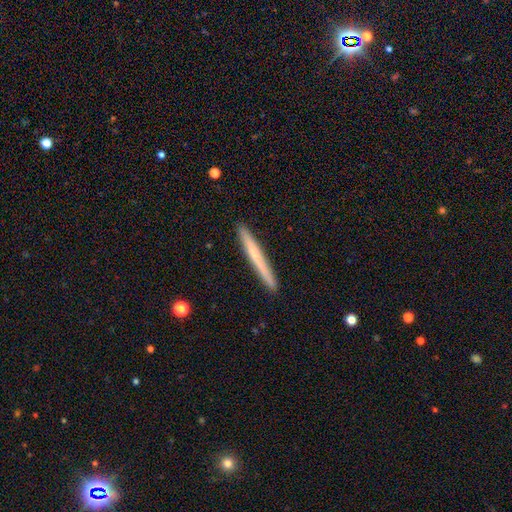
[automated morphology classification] Overall: smooth (59%; featured or disk 35%). How rounded: cigar-shaped (97%). Merging: none (91%).